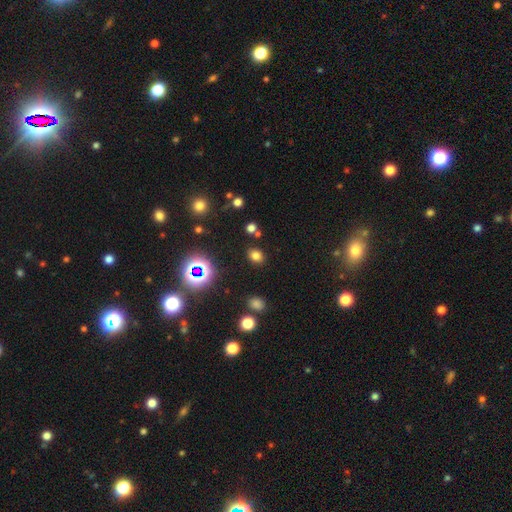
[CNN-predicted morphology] Smooth or featured? Predicted: smooth (p=0.71). How rounded? Predicted: in between (p=0.55). Merging? Predicted: none (p=0.83).